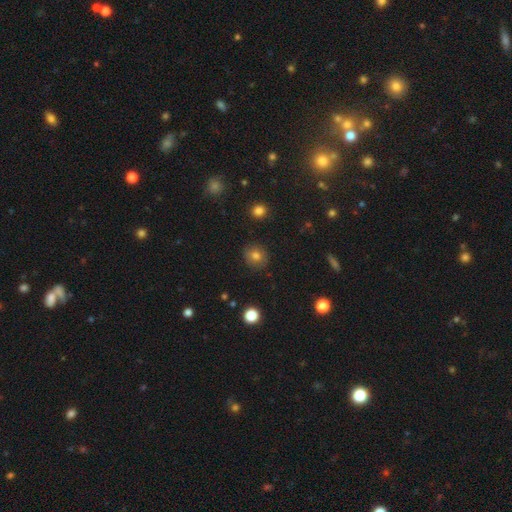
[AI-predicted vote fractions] smooth 77%, star or artifact 12%, featured or disk 11%. Down the decision tree: how rounded — round (82%); merging — none (86%).